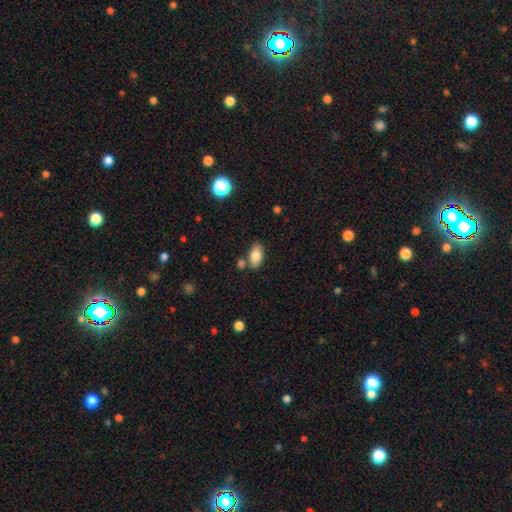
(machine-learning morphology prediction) type=smooth (81%); roundness=in between (91%); merging=none (75%).